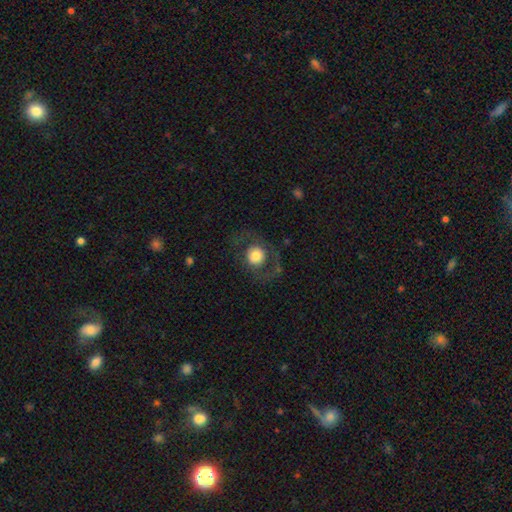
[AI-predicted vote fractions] smooth_or_featured: smooth (p=0.62) [alt: featured or disk p=0.31]
how_rounded: round (p=0.85) [alt: in between p=0.14]
merging: none (p=0.72) [alt: major disturbance p=0.15]